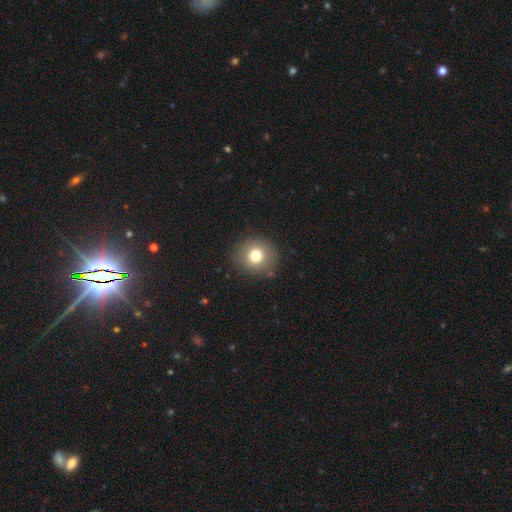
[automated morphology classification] Smooth or featured?
  - smooth: 76% *
  - star or artifact: 12%
  - featured or disk: 12%
How rounded?
  - round: 88% *
  - in between: 11%
  - cigar-shaped: 1%
Merging?
  - none: 86% *
  - minor disturbance: 9%
  - major disturbance: 3%
  - merger: 2%